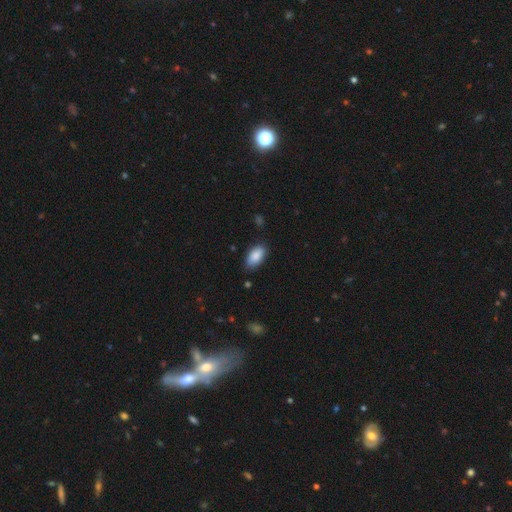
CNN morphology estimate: Smooth or featured? smooth (88%)
How rounded? in between (93%)
Merging? none (80%)